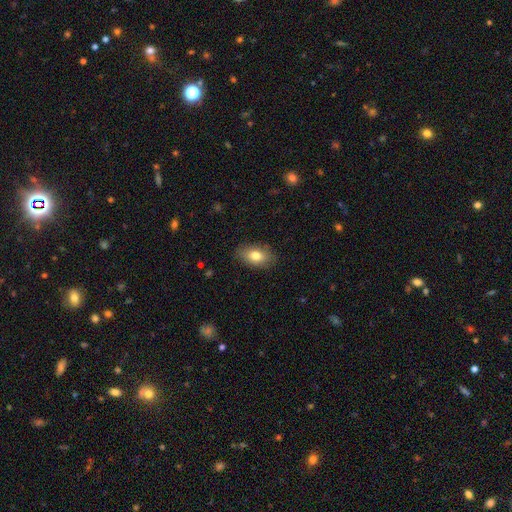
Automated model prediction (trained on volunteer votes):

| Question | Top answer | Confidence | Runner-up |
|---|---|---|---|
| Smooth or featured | smooth | 78% | featured or disk (14%) |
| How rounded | in between | 89% | round (9%) |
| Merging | none | 84% | minor disturbance (12%) |